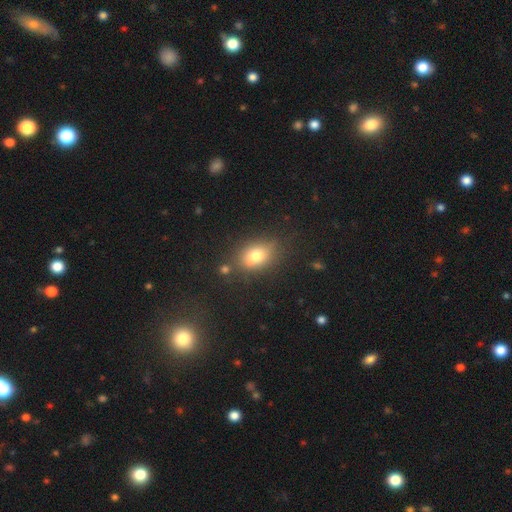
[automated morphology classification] Smooth or featured? Predicted: smooth (p=0.75). How rounded? Predicted: in between (p=0.70). Merging? Predicted: none (p=0.69).